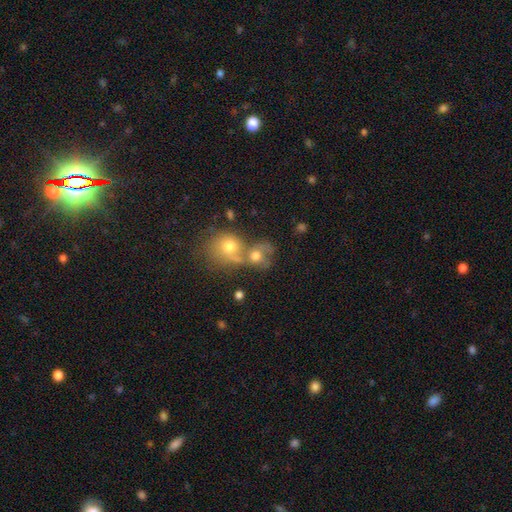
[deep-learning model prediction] Morphology: type=smooth (58%); roundness=round (63%); merging=merger (63%).